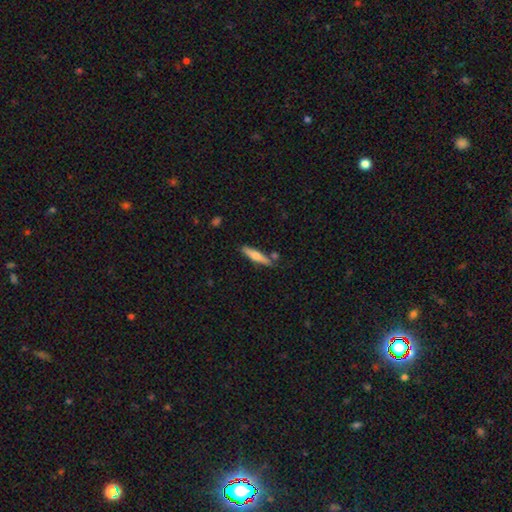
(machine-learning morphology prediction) Smooth or featured?
  - smooth: 58% *
  - featured or disk: 36%
  - star or artifact: 6%
How rounded?
  - cigar-shaped: 85% *
  - in between: 14%
  - round: 2%
Merging?
  - none: 79% *
  - minor disturbance: 12%
  - merger: 6%
  - major disturbance: 3%